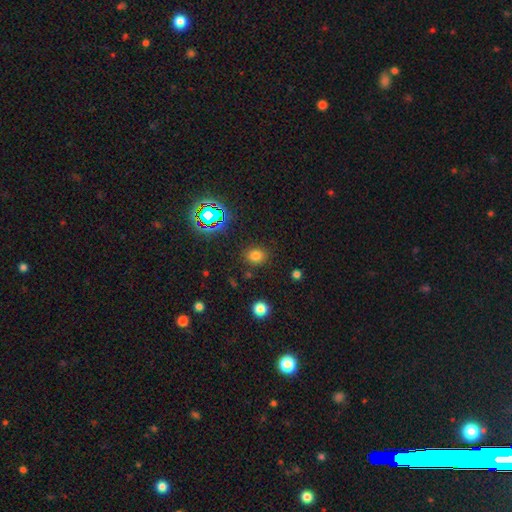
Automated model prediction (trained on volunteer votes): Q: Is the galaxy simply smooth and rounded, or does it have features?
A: smooth — 72%.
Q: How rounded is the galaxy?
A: round — 62%.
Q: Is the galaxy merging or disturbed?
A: none — 85%.